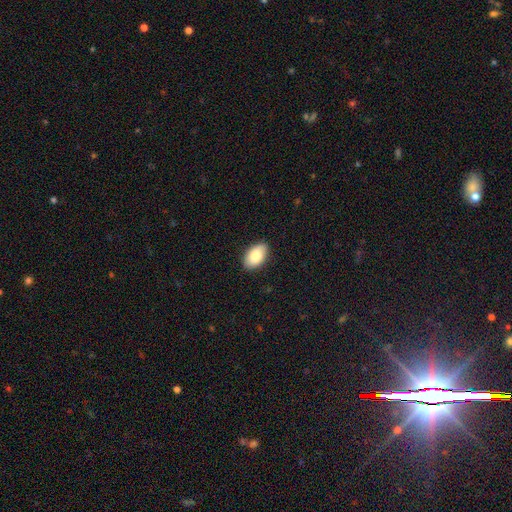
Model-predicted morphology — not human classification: type=smooth (84%); roundness=in between (93%); merging=none (87%).